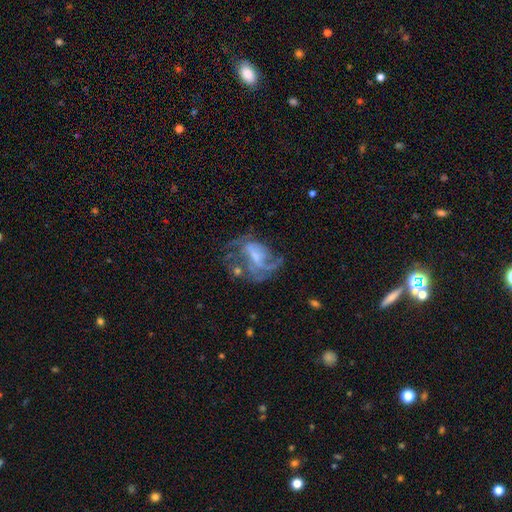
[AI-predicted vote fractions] smooth_or_featured: featured or disk (p=0.74) [alt: smooth p=0.16]
disk_edge_on: no (p=0.97) [alt: yes p=0.03]
bar: weak (p=0.45) [alt: no p=0.36]
has_spiral_arms: yes (p=0.76) [alt: no p=0.24]
spiral_winding: medium (p=0.42) [alt: loose p=0.37]
spiral_arm_count: 2 (p=0.37) [alt: can't tell p=0.28]
bulge_size: small (p=0.38) [alt: moderate p=0.29]
merging: major disturbance (p=0.39) [alt: none p=0.36]